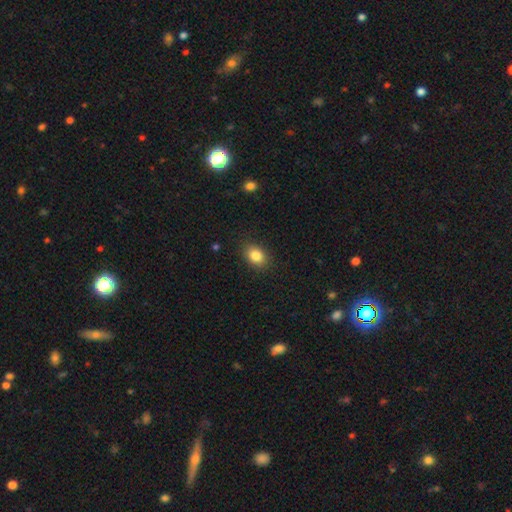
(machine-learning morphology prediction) A smooth galaxy with no disk features (84%) that is in between round and cigar-shaped (67%).

Vote fractions:
- Smooth or featured? smooth: 84% / star or artifact: 9% / featured or disk: 6%
- How rounded? in between: 67% / round: 32% / cigar-shaped: 1%
- Merging? none: 86% / minor disturbance: 10% / major disturbance: 3% / merger: 1%